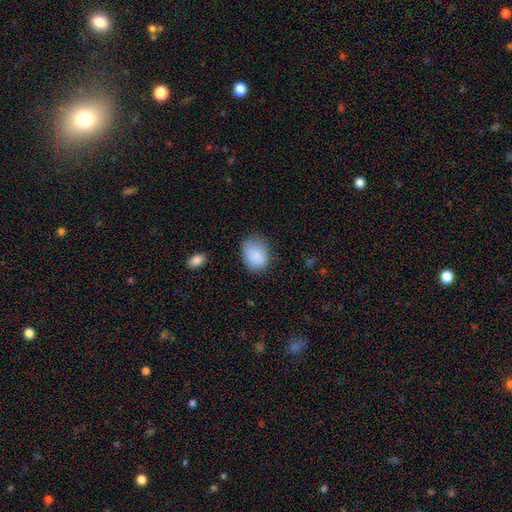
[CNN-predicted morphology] Smooth or featured?
  - smooth: 85% *
  - featured or disk: 7%
  - star or artifact: 7%
How rounded?
  - in between: 68% *
  - round: 31%
  - cigar-shaped: 1%
Merging?
  - none: 70% *
  - minor disturbance: 23%
  - major disturbance: 6%
  - merger: 2%